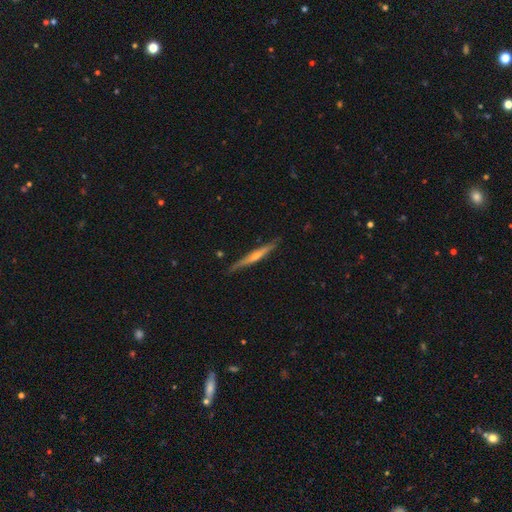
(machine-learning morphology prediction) A featured or disk galaxy (68%) viewed edge-on (97%) with a rounded central bulge (66%).

Vote fractions:
- Smooth or featured? featured or disk: 68% / smooth: 26% / star or artifact: 5%
- Edge-on disk? yes: 97% / no: 3%
- Edge-on bulge? rounded: 66% / none: 27% / boxy: 7%
- Merging? none: 86% / minor disturbance: 11% / major disturbance: 2% / merger: 1%